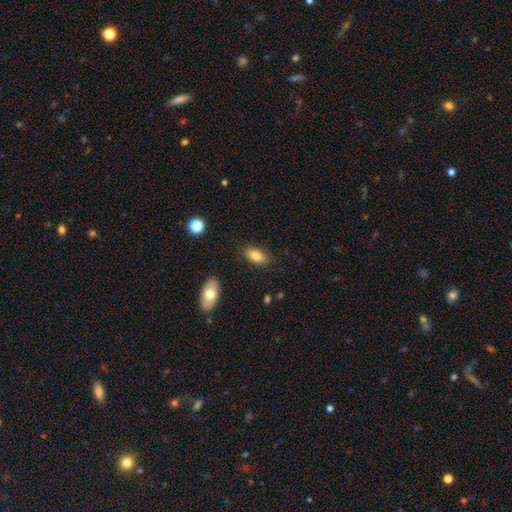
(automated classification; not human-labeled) Smooth or featured? smooth (82%)
How rounded? in between (90%)
Merging? none (84%)